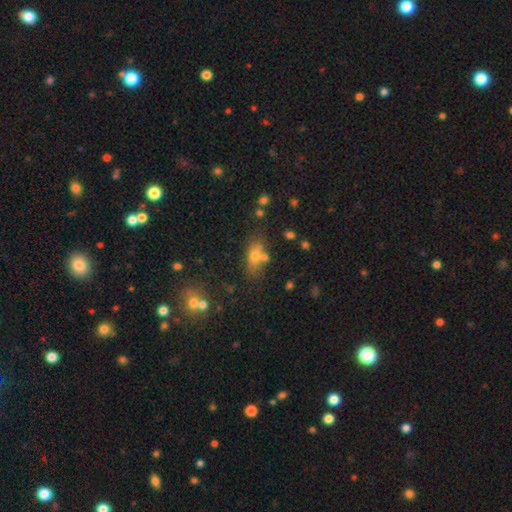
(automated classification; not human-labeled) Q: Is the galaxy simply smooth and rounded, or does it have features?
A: smooth — 65%.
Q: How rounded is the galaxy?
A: in between — 74%.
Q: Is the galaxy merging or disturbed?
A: none — 52%.